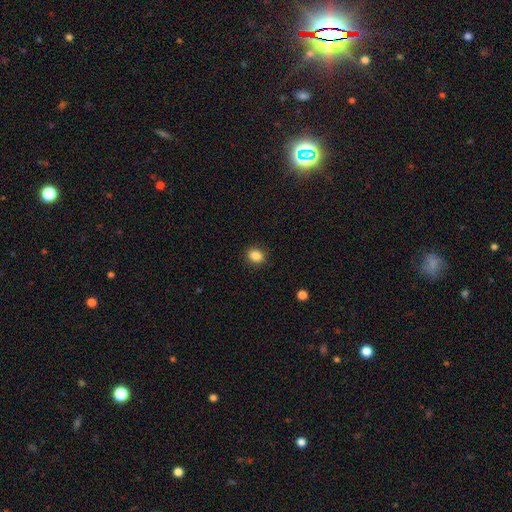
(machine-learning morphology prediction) Smooth or featured? Predicted: smooth (p=0.86). How rounded? Predicted: round (p=0.60). Merging? Predicted: none (p=0.89).